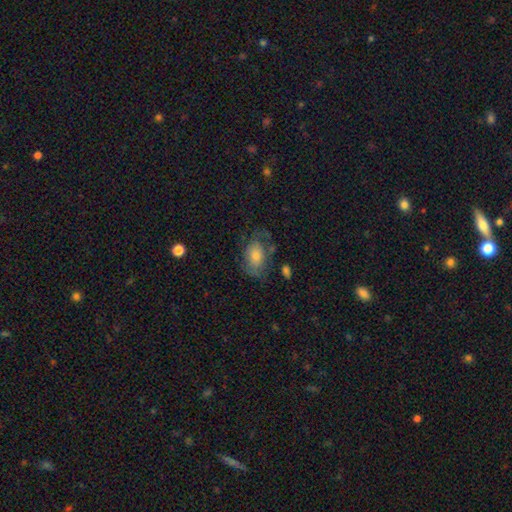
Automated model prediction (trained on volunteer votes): smooth_or_featured: smooth (p=0.59) [alt: featured or disk p=0.31]
how_rounded: in between (p=0.82) [alt: round p=0.16]
merging: none (p=0.54) [alt: minor disturbance p=0.25]